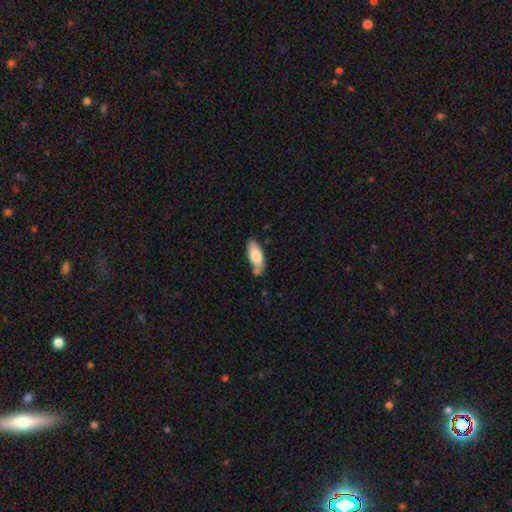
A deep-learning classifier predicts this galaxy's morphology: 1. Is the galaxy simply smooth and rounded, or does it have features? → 77% smooth, 17% featured or disk, 6% star or artifact.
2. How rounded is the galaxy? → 79% in between, 19% cigar-shaped, 2% round.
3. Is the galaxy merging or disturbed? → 67% none, 19% minor disturbance, 11% merger, 3% major disturbance.